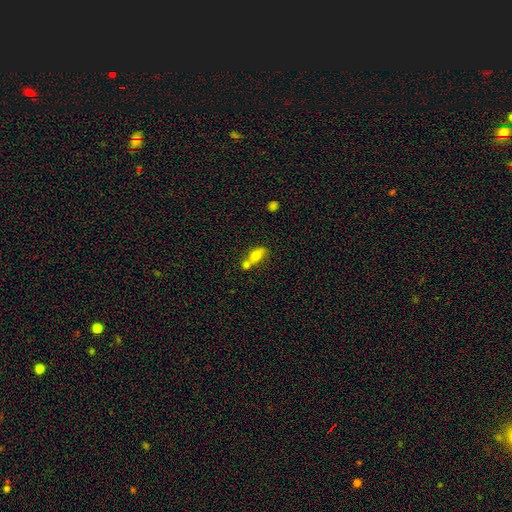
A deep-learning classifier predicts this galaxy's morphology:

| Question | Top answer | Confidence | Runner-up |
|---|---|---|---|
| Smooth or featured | smooth | 71% | featured or disk (19%) |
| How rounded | in between | 73% | round (14%) |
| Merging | merger | 55% | none (29%) |